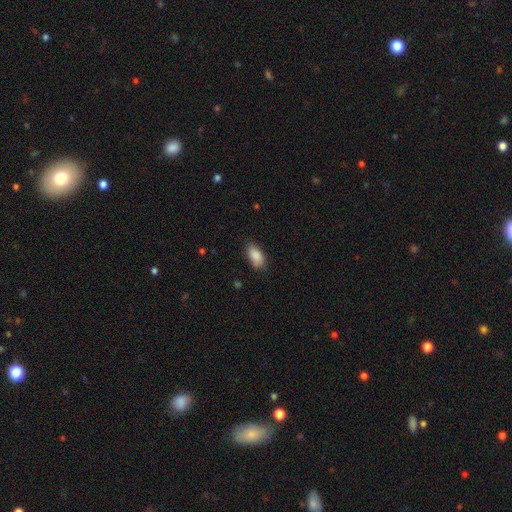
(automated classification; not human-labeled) Overall: smooth (88%). How rounded: in between (92%). Merging: none (81%).